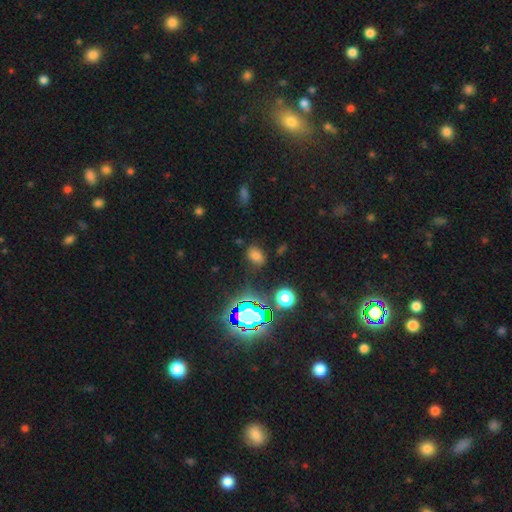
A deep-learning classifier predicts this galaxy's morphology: smooth_or_featured: smooth (p=0.64) [alt: star or artifact p=0.28]
how_rounded: in between (p=0.77) [alt: round p=0.21]
merging: none (p=0.77) [alt: minor disturbance p=0.14]